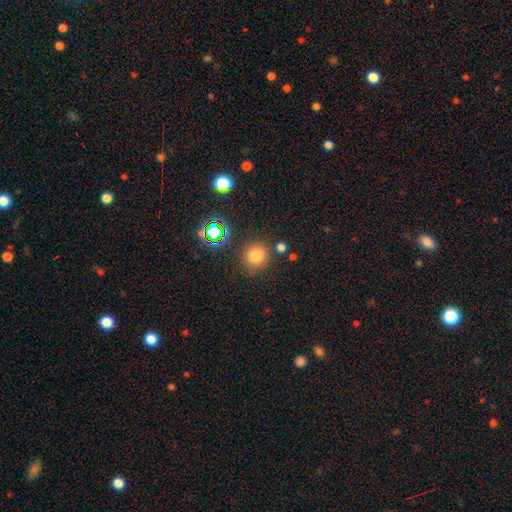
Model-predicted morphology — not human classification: Smooth or featured? smooth (75%)
How rounded? round (85%)
Merging? none (79%)